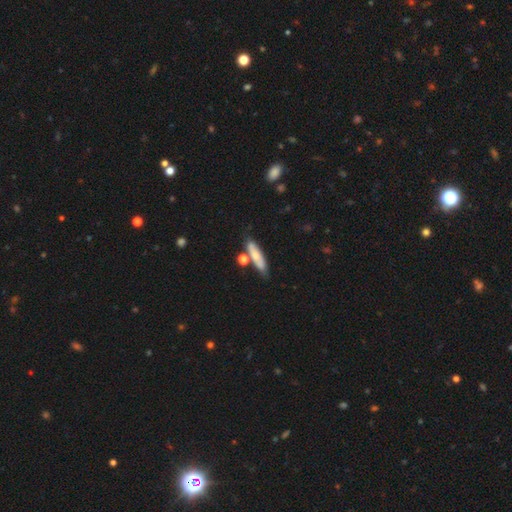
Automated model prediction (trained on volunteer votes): This appears to be a smooth galaxy with no disk features (65%) that is cigar-shaped (65%). Merging: none (64%).